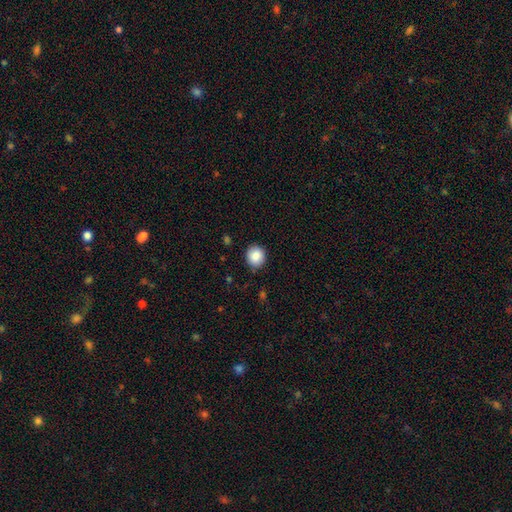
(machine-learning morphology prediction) Smooth or featured: smooth — 87% (star or artifact — 9%)
How rounded: round — 87% (in between — 12%)
Merging: none — 89% (minor disturbance — 8%)